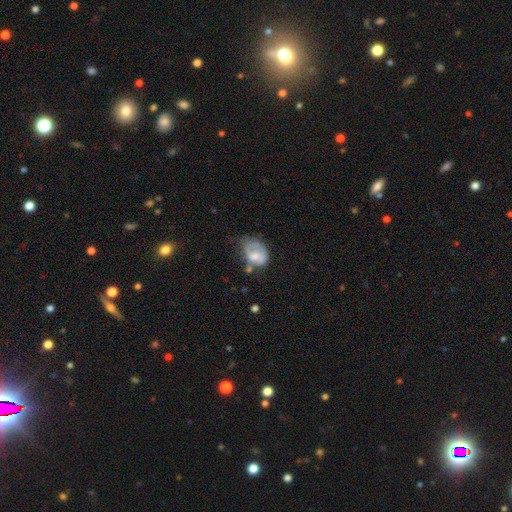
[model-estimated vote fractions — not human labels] A smooth galaxy with no disk features (49%). Merging: minor disturbance (32%).